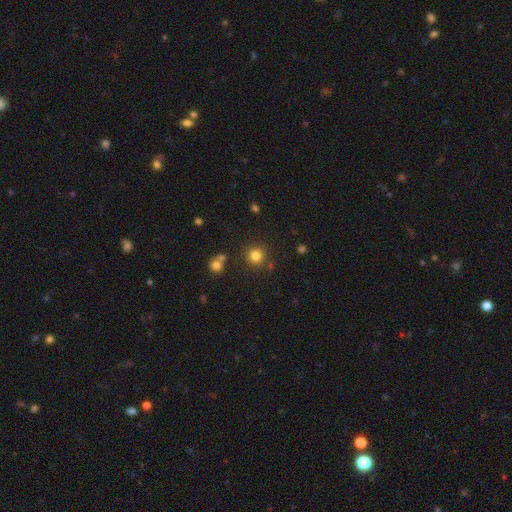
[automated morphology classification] This appears to be a smooth galaxy with no disk features (81%) that is round (94%). Merging: none (84%).